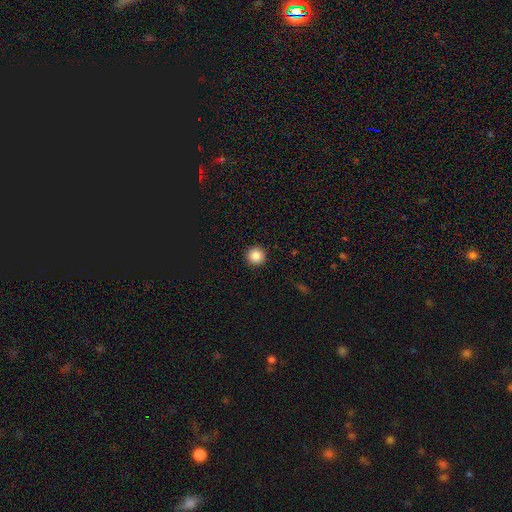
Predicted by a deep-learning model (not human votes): This appears to be a smooth galaxy with no disk features (86%) that is round (96%). Merging: none (94%).